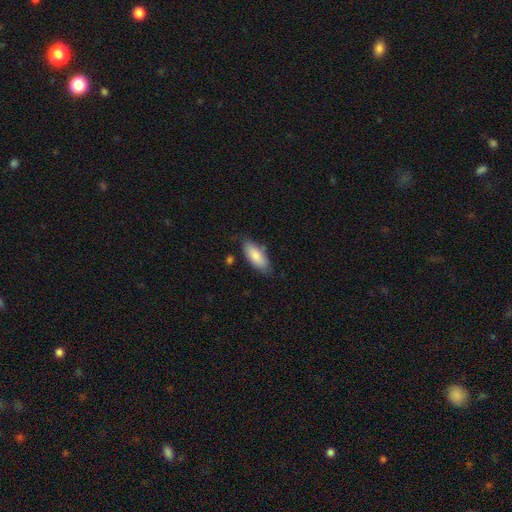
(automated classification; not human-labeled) smooth-or-featured: smooth: 82% | featured or disk: 13% | star or artifact: 6%
  how-rounded: in between: 83% | cigar-shaped: 15% | round: 2%
  merging: none: 75% | minor disturbance: 18% | major disturbance: 3% | merger: 3%